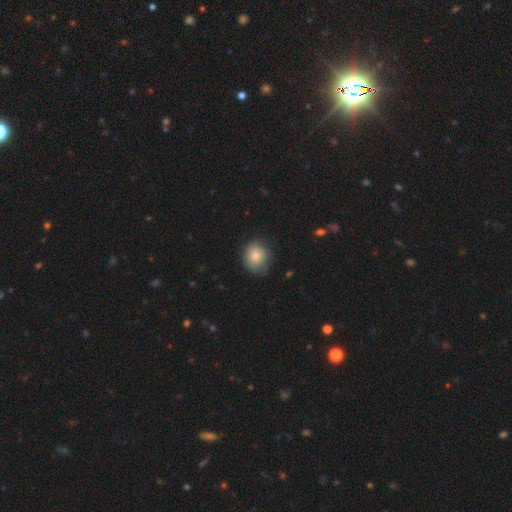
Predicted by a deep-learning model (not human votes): Smooth or featured? Predicted: smooth (p=0.82). How rounded? Predicted: round (p=0.78). Merging? Predicted: none (p=0.71).